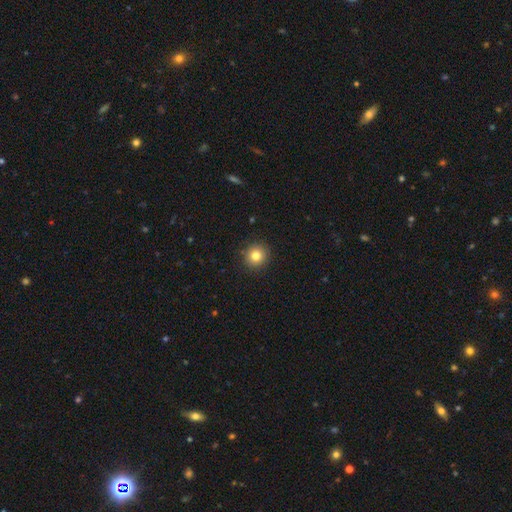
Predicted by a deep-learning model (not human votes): Smooth or featured? smooth (82%)
How rounded? round (90%)
Merging? none (91%)